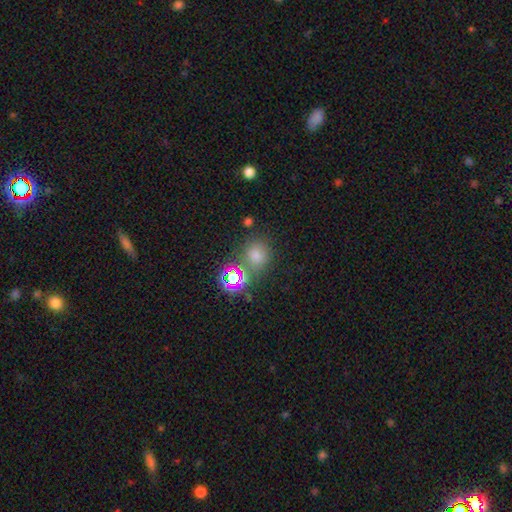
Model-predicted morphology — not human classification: The model was most divided on "smooth or featured": smooth: 59%, star or artifact: 33%, featured or disk: 8%. More confident: how rounded — round (76%); merging — none (71%).